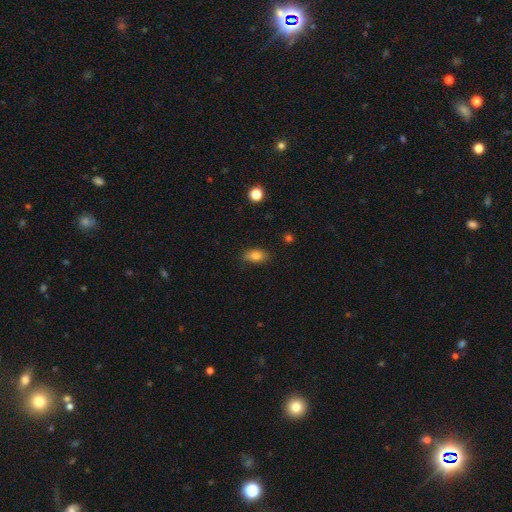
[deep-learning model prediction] This is clearly a smooth galaxy (82%). How rounded: clearly in between (88%). Merging: likely none (80%).